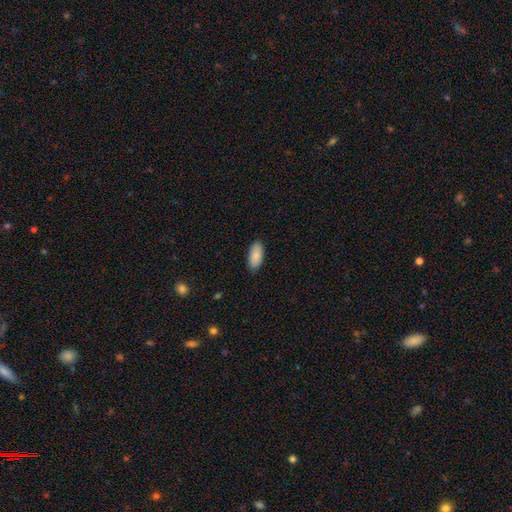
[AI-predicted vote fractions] Smooth or featured?
  - smooth: 89% *
  - star or artifact: 6%
  - featured or disk: 6%
How rounded?
  - in between: 91% *
  - cigar-shaped: 7%
  - round: 2%
Merging?
  - none: 88% *
  - minor disturbance: 9%
  - major disturbance: 2%
  - merger: 1%